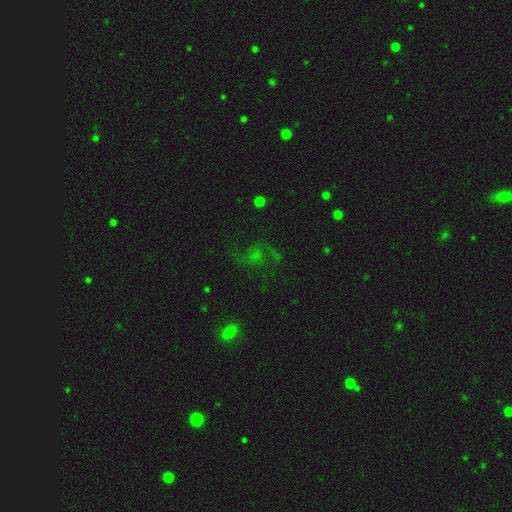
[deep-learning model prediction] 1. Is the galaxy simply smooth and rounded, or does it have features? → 36% featured or disk, 35% star or artifact, 29% smooth.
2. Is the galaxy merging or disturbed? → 55% none, 26% major disturbance, 16% minor disturbance, 3% merger.